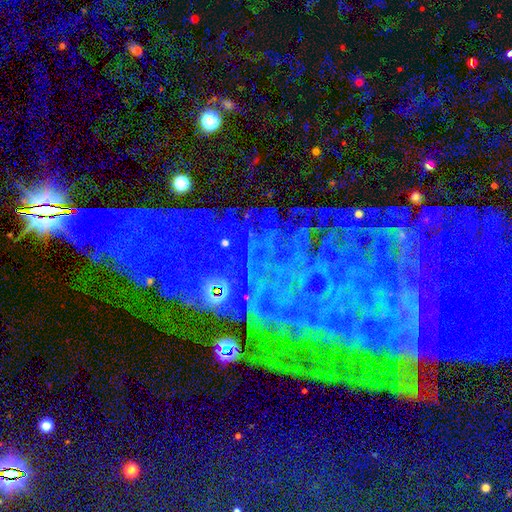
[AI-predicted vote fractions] Smooth or featured? Predicted: star or artifact (p=0.64).